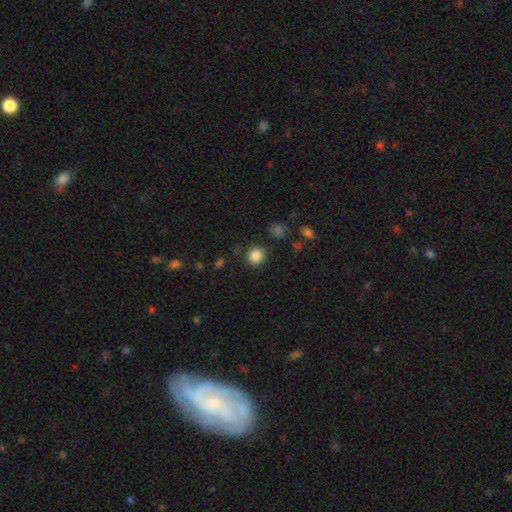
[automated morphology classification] A smooth galaxy with no disk features (86%) that is round (92%). Merging: none (87%).